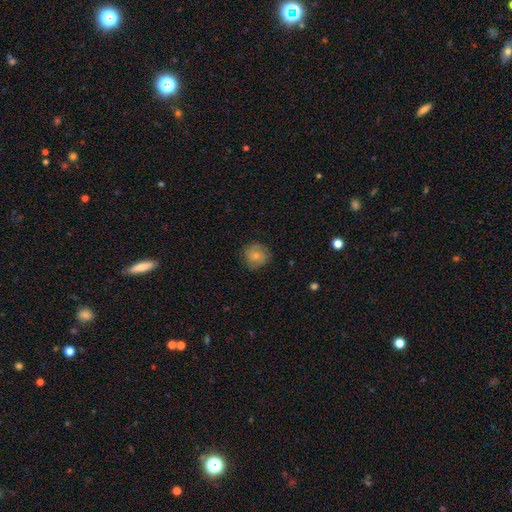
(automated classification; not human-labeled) Q: Smooth or featured?
A: smooth (75%); runner-up: featured or disk (16%)
Q: How rounded?
A: round (90%); runner-up: in between (9%)
Q: Merging?
A: none (80%); runner-up: minor disturbance (15%)